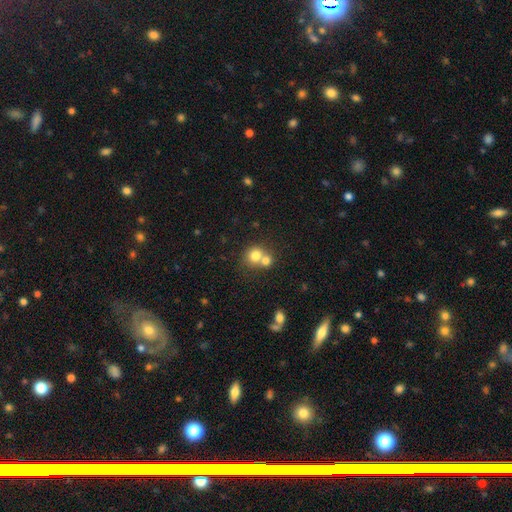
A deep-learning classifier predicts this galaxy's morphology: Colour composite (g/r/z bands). It shows a smooth galaxy with no disk features (76%) that is round (81%). Merging: merger (54%).